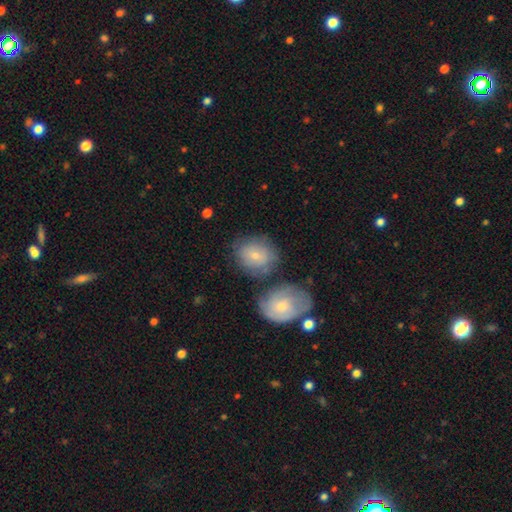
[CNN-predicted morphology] Smooth or featured: smooth — 70% (featured or disk — 23%)
How rounded: round — 62% (in between — 37%)
Merging: none — 58% (merger — 20%)